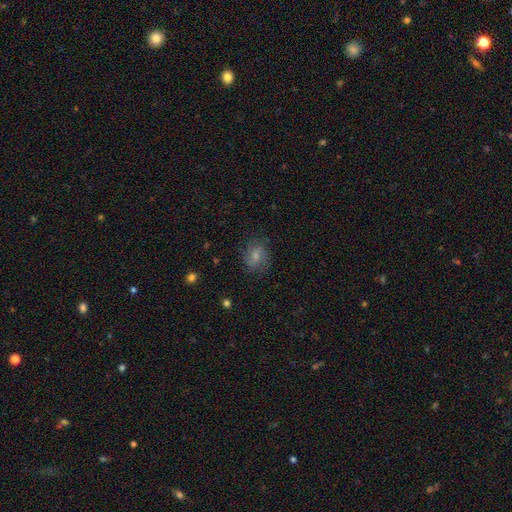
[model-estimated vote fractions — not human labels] smooth_or_featured: smooth (p=0.55) [alt: featured or disk p=0.35]
how_rounded: round (p=0.59) [alt: in between p=0.39]
merging: none (p=0.73) [alt: minor disturbance p=0.18]